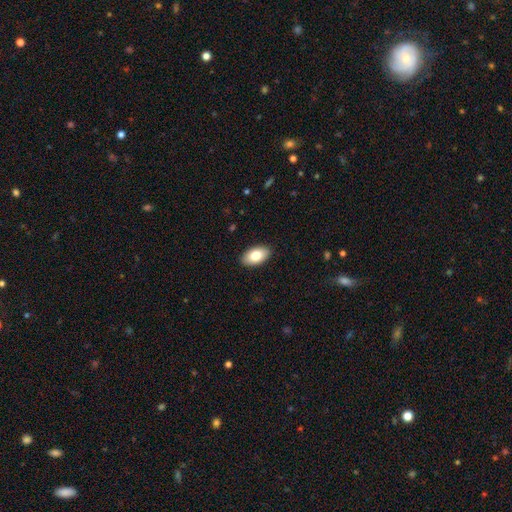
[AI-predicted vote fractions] Smooth or featured? smooth (81%)
How rounded? in between (94%)
Merging? none (90%)